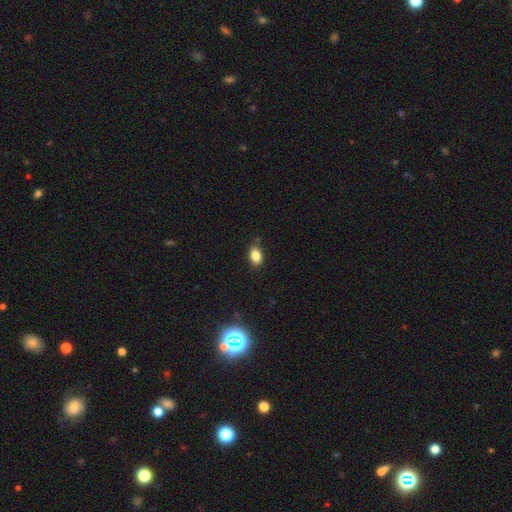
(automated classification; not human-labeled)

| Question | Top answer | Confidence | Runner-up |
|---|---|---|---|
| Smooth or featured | smooth | 84% | star or artifact (10%) |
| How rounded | in between | 84% | round (14%) |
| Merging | none | 80% | minor disturbance (15%) |